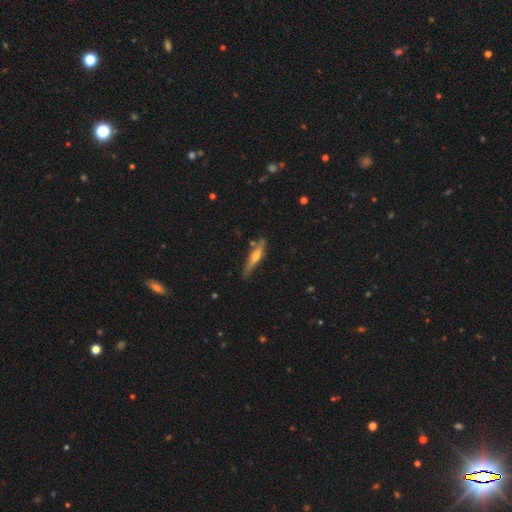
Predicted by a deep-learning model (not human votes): Smooth or featured? Predicted: featured or disk (p=0.50). Edge-on disk? Predicted: yes (p=0.91). Merging? Predicted: none (p=0.75).